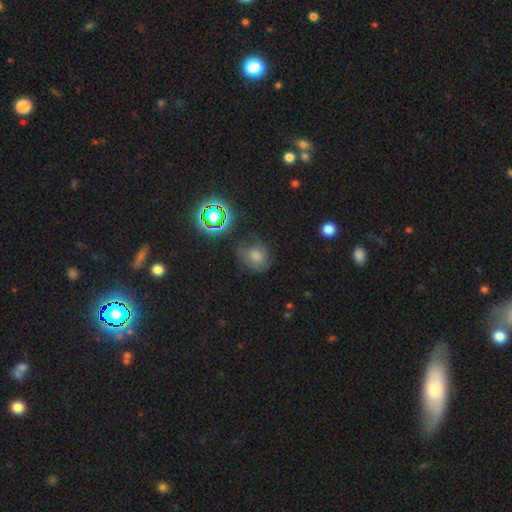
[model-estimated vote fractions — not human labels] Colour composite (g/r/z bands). It shows a smooth galaxy with no disk features (59%) that is round (65%). Merging: none (66%).